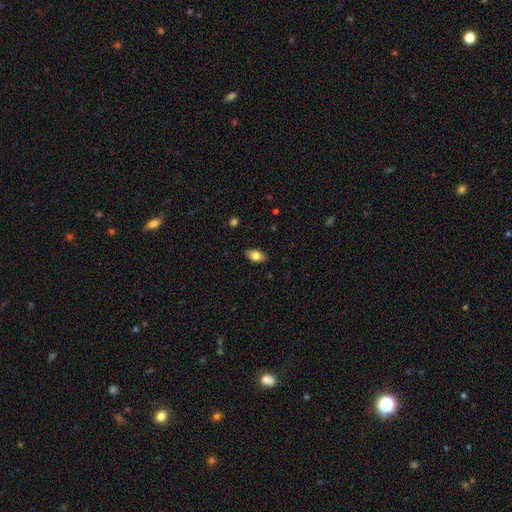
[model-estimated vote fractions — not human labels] Smooth or featured?
  - smooth: 80% *
  - featured or disk: 13%
  - star or artifact: 8%
How rounded?
  - in between: 90% *
  - round: 7%
  - cigar-shaped: 3%
Merging?
  - none: 86% *
  - minor disturbance: 11%
  - major disturbance: 2%
  - merger: 1%